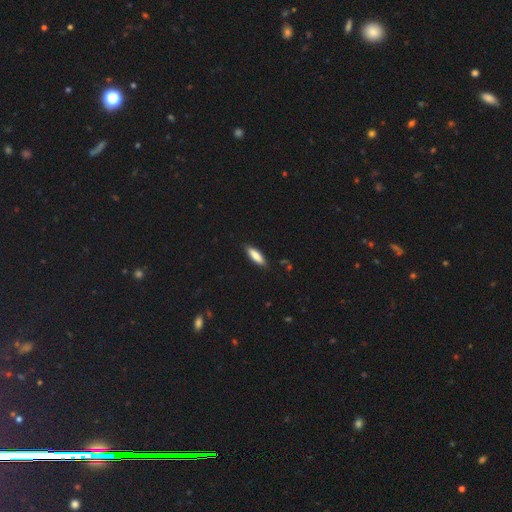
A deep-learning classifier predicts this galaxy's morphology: Q: Smooth or featured?
A: smooth (84%); runner-up: featured or disk (10%)
Q: How rounded?
A: cigar-shaped (56%); runner-up: in between (43%)
Q: Merging?
A: none (87%); runner-up: minor disturbance (10%)